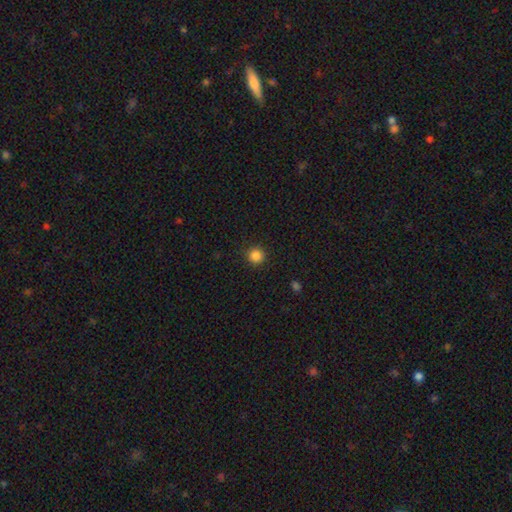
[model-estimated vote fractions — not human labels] smooth_or_featured: smooth (p=0.86) [alt: star or artifact p=0.11]
how_rounded: round (p=0.94) [alt: in between p=0.05]
merging: none (p=0.91) [alt: minor disturbance p=0.06]